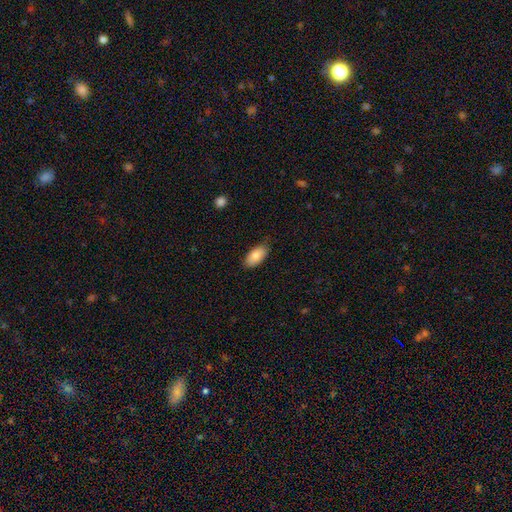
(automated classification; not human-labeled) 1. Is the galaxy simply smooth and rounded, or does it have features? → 85% smooth, 8% featured or disk, 6% star or artifact.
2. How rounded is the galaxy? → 94% in between, 4% cigar-shaped, 2% round.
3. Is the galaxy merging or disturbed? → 82% none, 14% minor disturbance, 2% major disturbance, 1% merger.